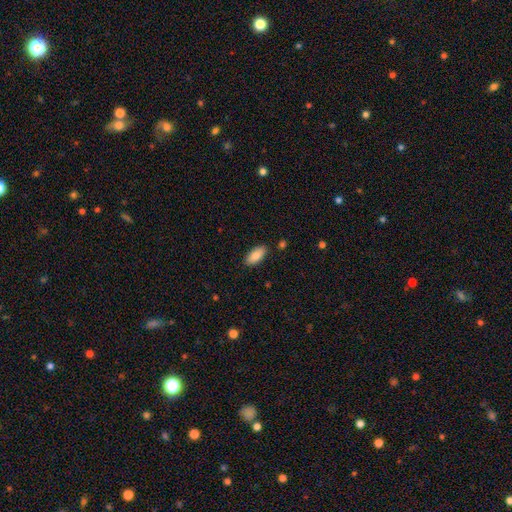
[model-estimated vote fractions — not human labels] This appears to be a smooth galaxy with no disk features (86%) that is in between round and cigar-shaped (89%). Merging: none (86%).